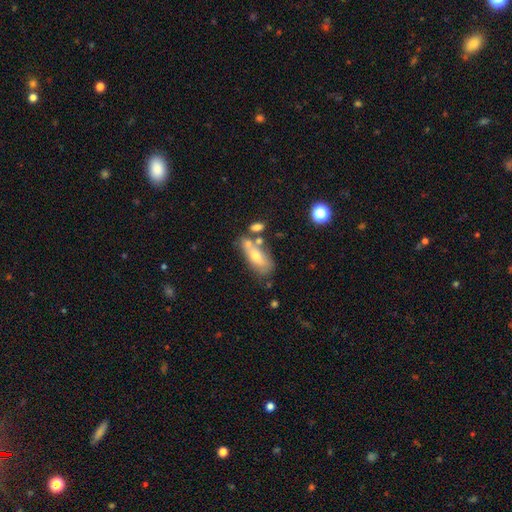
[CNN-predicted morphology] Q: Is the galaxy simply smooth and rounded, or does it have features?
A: smooth — 63%.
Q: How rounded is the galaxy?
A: in between — 73%.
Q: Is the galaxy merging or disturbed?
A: none — 50%.